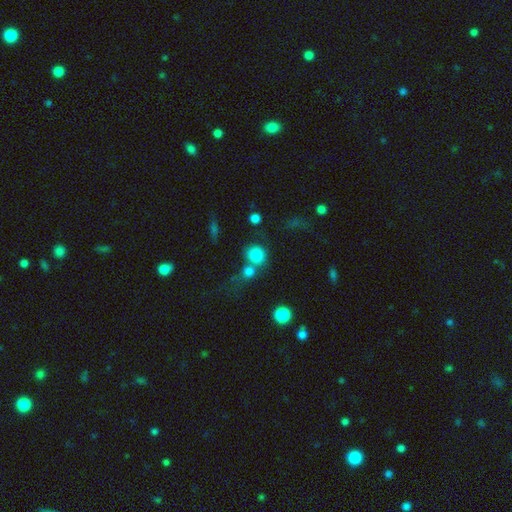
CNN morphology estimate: Smooth or featured? smooth (80%)
How rounded? round (83%)
Merging? none (44%)